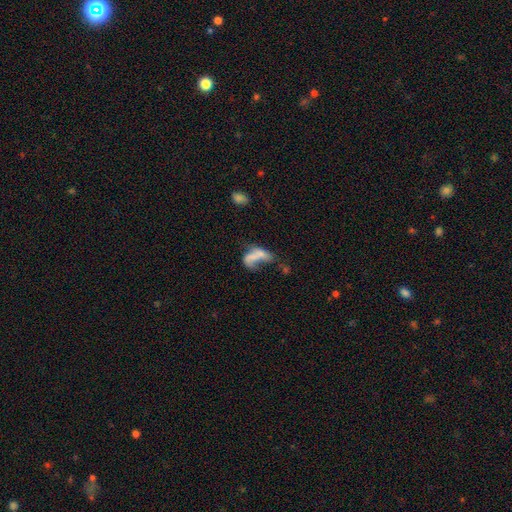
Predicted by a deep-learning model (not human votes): Q: Smooth or featured?
A: smooth (52%); runner-up: featured or disk (35%)
Q: How rounded?
A: in between (81%); runner-up: cigar-shaped (12%)
Q: Merging?
A: major disturbance (40%); runner-up: merger (30%)